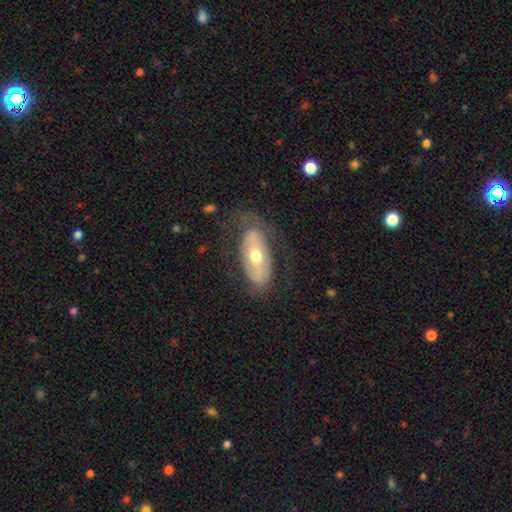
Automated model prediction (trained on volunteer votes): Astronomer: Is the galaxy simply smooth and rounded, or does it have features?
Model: featured or disk — 59% (runner-up: smooth, 35%).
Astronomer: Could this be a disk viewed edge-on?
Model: no — 85%.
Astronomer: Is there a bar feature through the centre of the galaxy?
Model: no — 60%.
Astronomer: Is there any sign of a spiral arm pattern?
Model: no — 56% (runner-up: yes, 44%).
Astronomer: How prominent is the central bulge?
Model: moderate — 66%.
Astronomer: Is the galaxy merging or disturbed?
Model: none — 67%.